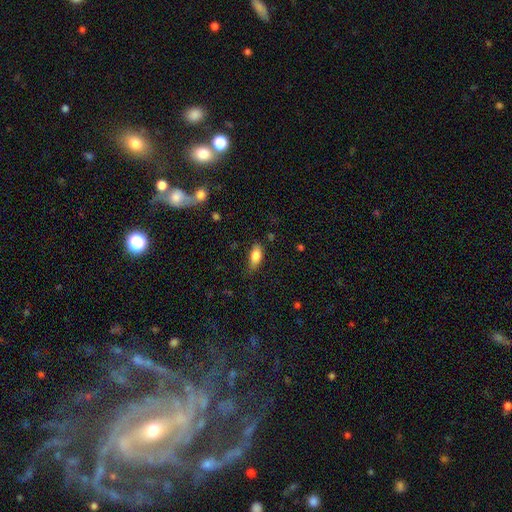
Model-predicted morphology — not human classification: Q: Smooth or featured?
A: smooth (80%); runner-up: featured or disk (12%)
Q: How rounded?
A: in between (84%); runner-up: cigar-shaped (13%)
Q: Merging?
A: none (68%); runner-up: minor disturbance (23%)